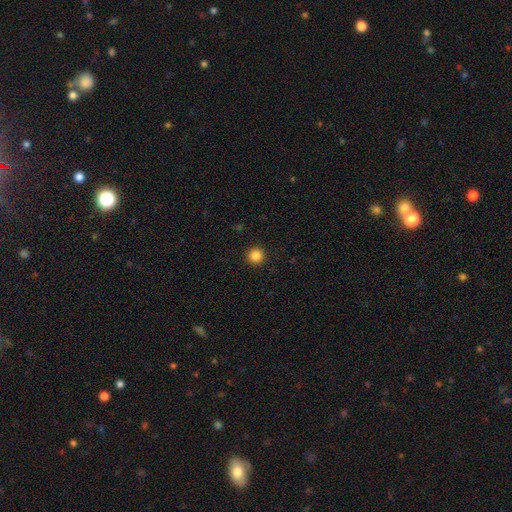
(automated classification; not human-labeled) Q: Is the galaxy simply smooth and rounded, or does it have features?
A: smooth — 85%.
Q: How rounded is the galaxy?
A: round — 96%.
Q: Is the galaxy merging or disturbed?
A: none — 93%.